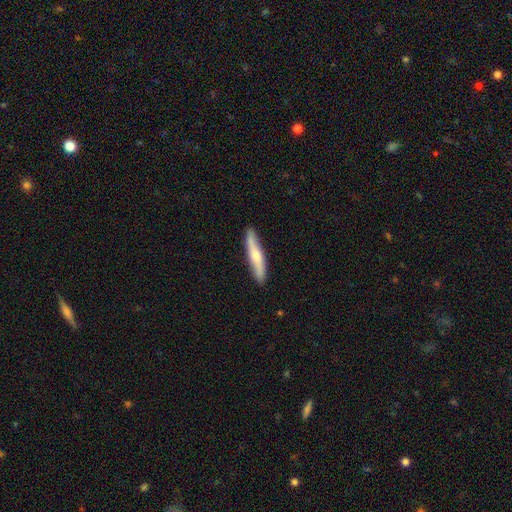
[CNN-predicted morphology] The model was most divided on "smooth or featured": smooth: 51%, featured or disk: 44%, star or artifact: 5%. More confident: how rounded — cigar-shaped (90%); merging — none (88%).